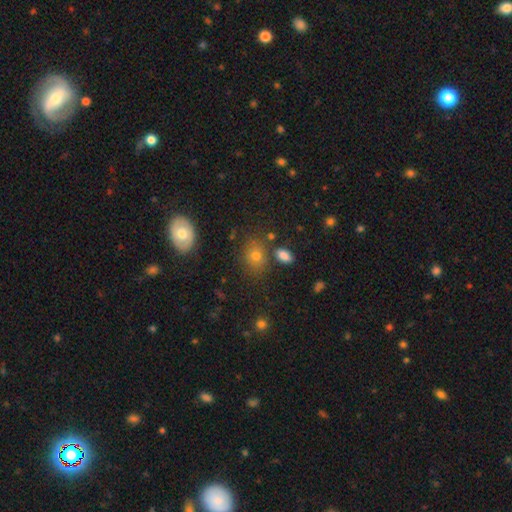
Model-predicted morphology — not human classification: Smooth or featured?
  - smooth: 73% *
  - star or artifact: 15%
  - featured or disk: 12%
How rounded?
  - in between: 58% *
  - round: 40%
  - cigar-shaped: 1%
Merging?
  - none: 76% *
  - minor disturbance: 13%
  - merger: 7%
  - major disturbance: 4%